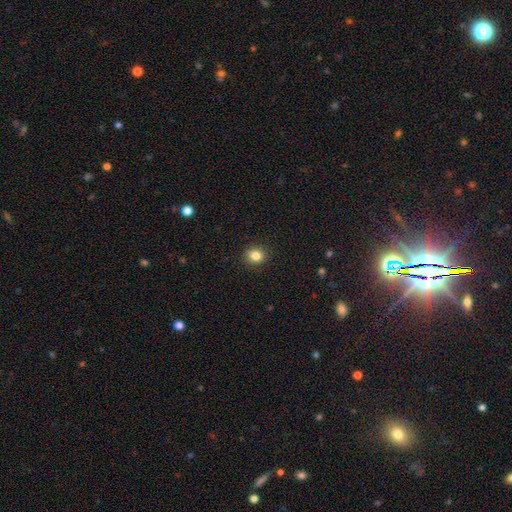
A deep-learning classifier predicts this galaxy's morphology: A smooth galaxy with no disk features (83%) that is round (70%). Merging: none (90%).